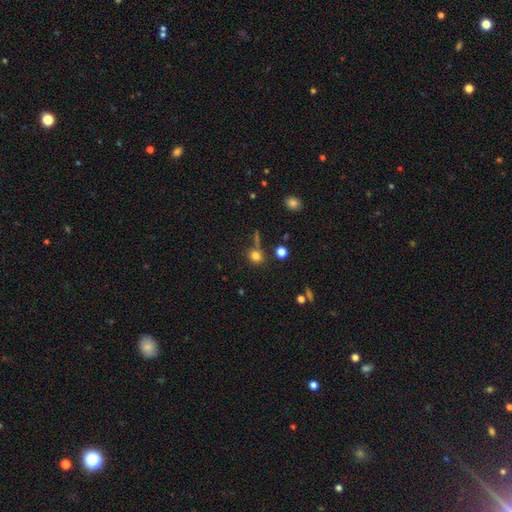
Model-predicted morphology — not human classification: A smooth galaxy with no disk features (77%) that is round (80%). Merging: none (68%).